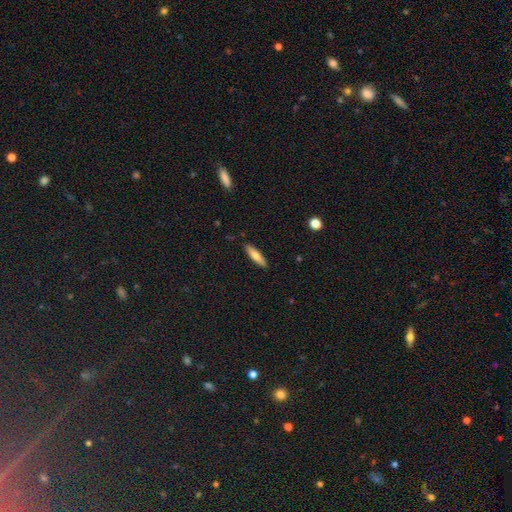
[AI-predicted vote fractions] smooth-or-featured: smooth: 69% | featured or disk: 25% | star or artifact: 6%
  how-rounded: cigar-shaped: 75% | in between: 23% | round: 2%
  merging: none: 89% | minor disturbance: 8% | major disturbance: 2% | merger: 1%